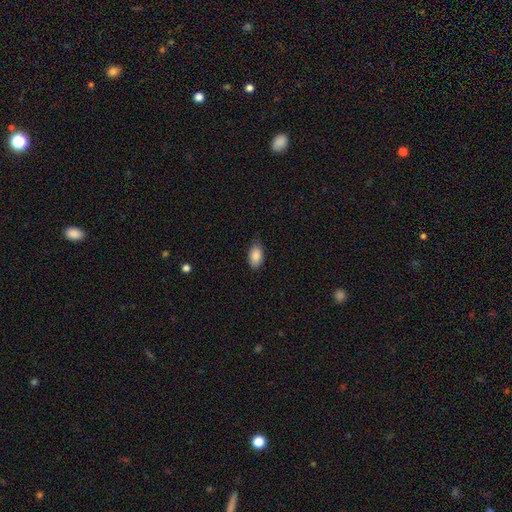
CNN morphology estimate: This appears to be a smooth galaxy with no disk features (87%) that is in between round and cigar-shaped (92%). Merging: none (79%).